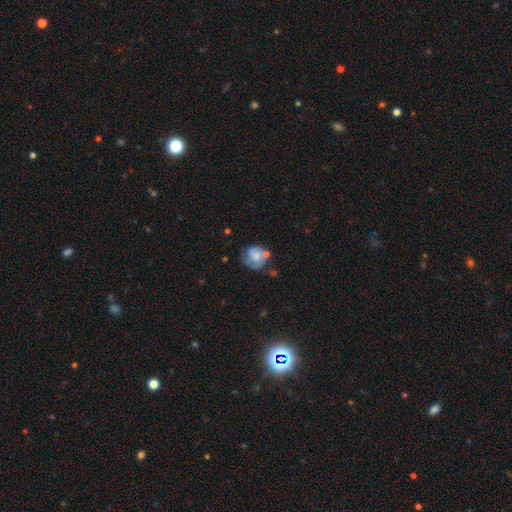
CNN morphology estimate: A smooth galaxy with no disk features (48%).

Vote fractions:
- Smooth or featured? smooth: 48% / featured or disk: 44% / star or artifact: 8%
- Merging? none: 48% / minor disturbance: 25% / major disturbance: 14% / merger: 13%